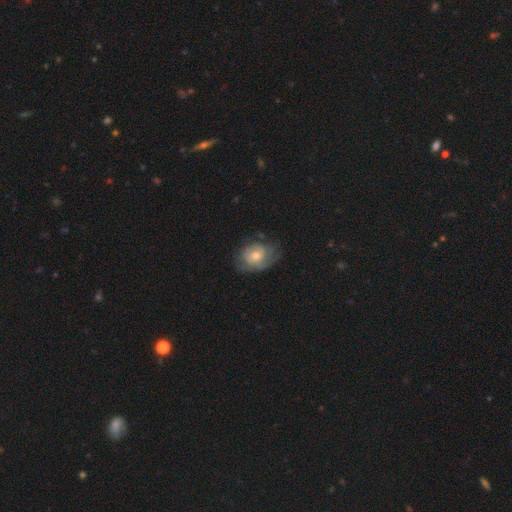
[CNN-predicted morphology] smooth-or-featured: featured or disk: 62% | smooth: 31% | star or artifact: 7%
  disk-edge-on: no: 96% | yes: 4%
    bar: no: 72% | weak: 24% | strong: 4%
    has-spiral-arms: yes: 81% | no: 19%
    bulge-size: moderate: 61% | small: 32% | large: 5% | none: 1% | dominant: 1%
  merging: none: 60% | minor disturbance: 26% | major disturbance: 13% | merger: 1%